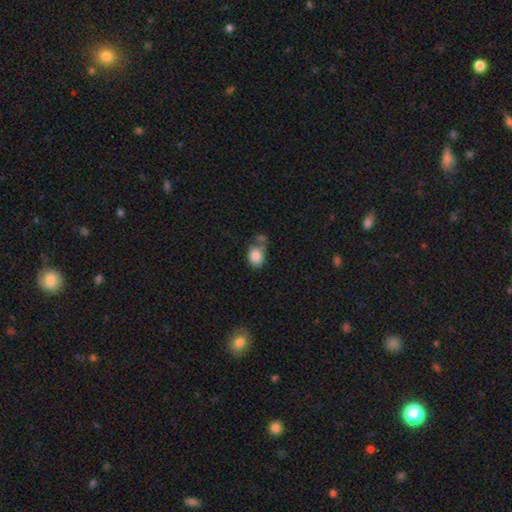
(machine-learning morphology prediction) Smooth or featured? Predicted: smooth (p=0.84). How rounded? Predicted: in between (p=0.58). Merging? Predicted: none (p=0.46).